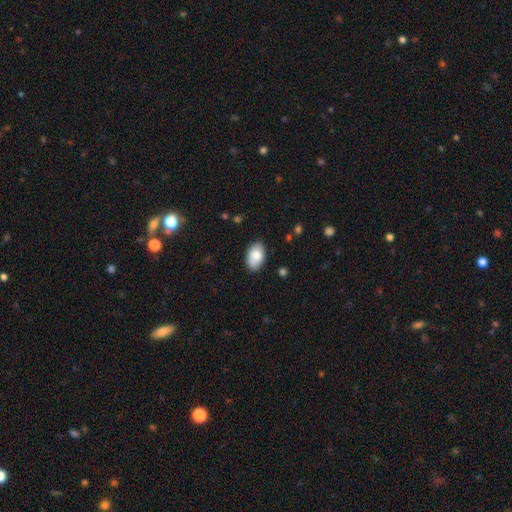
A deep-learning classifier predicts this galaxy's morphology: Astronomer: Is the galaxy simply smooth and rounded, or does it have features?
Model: smooth — 83%.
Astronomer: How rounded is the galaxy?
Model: in between — 92%.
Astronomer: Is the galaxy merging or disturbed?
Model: none — 84%.